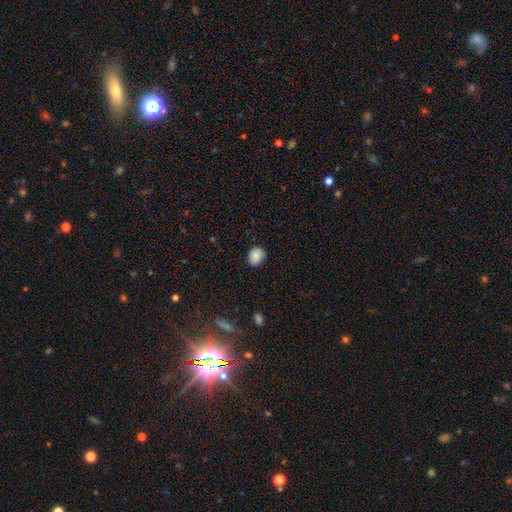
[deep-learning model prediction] Smooth or featured? Predicted: smooth (p=0.87). How rounded? Predicted: round (p=0.59). Merging? Predicted: none (p=0.82).